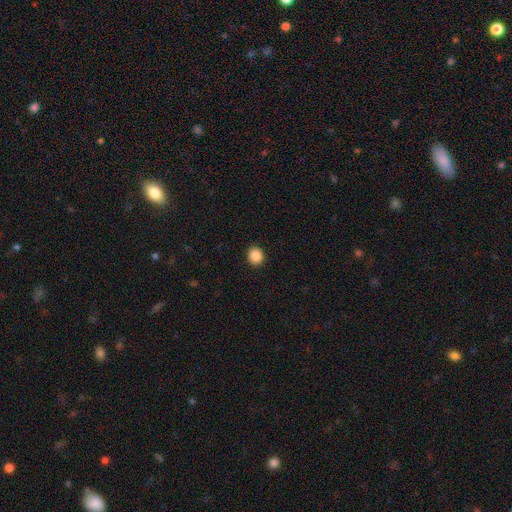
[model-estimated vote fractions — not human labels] Morphology: type=smooth (88%); roundness=round (77%); merging=none (91%).